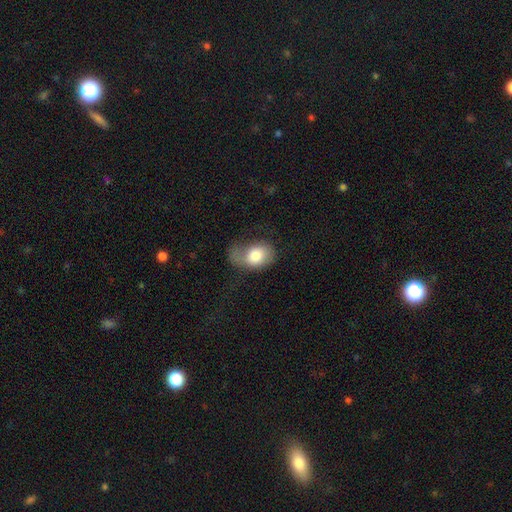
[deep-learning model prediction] Smooth or featured? Predicted: smooth (p=0.75). How rounded? Predicted: in between (p=0.70). Merging? Predicted: major disturbance (p=0.40).